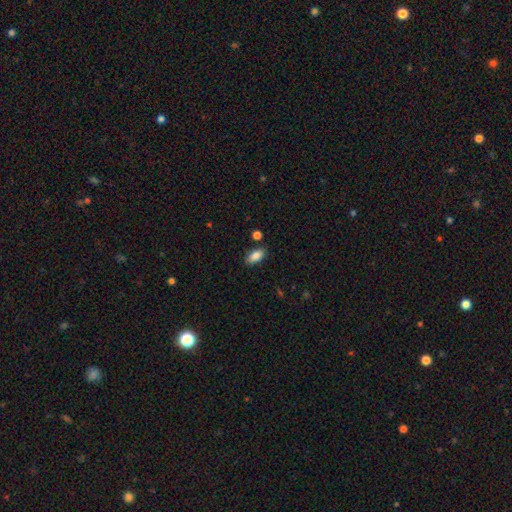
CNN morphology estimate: Smooth or featured? smooth (86%)
How rounded? in between (91%)
Merging? none (83%)